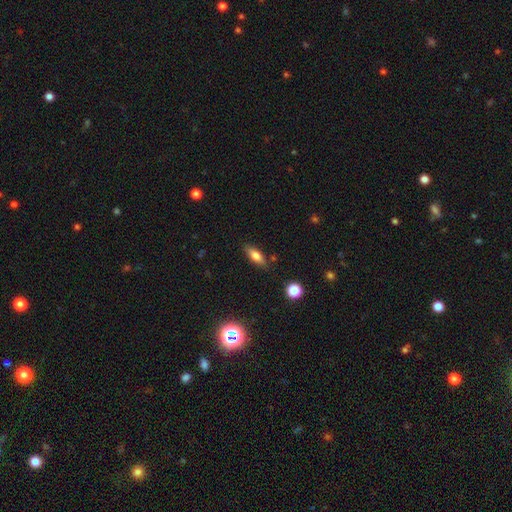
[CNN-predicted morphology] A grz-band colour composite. It shows a smooth galaxy with no disk features (68%) that is in between round and cigar-shaped (64%). Merging: none (83%).